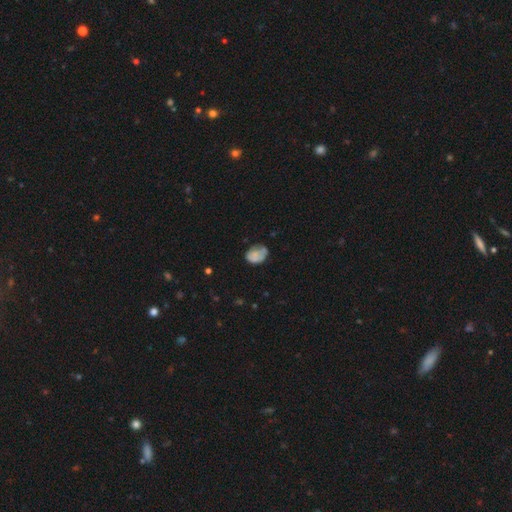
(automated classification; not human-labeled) A smooth galaxy with no disk features (63%) that is in between round and cigar-shaped (65%).

Vote fractions:
- Smooth or featured? smooth: 63% / featured or disk: 27% / star or artifact: 10%
- How rounded? in between: 65% / round: 34% / cigar-shaped: 1%
- Merging? none: 44% / minor disturbance: 33% / major disturbance: 18% / merger: 5%